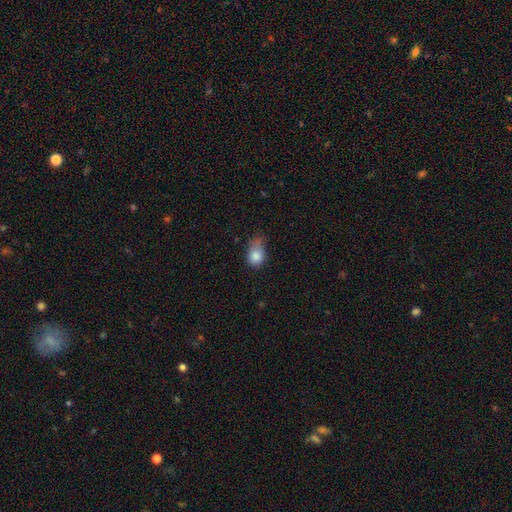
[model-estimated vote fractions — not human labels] Smooth or featured?
  - smooth: 82% *
  - star or artifact: 10%
  - featured or disk: 9%
How rounded?
  - in between: 62% *
  - round: 37%
  - cigar-shaped: 2%
Merging?
  - minor disturbance: 44% *
  - none: 28%
  - major disturbance: 22%
  - merger: 6%